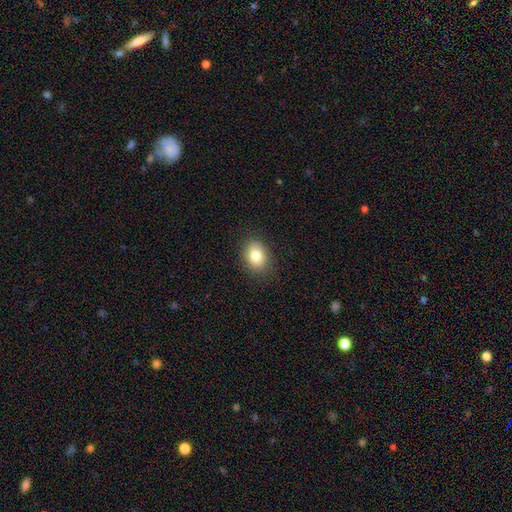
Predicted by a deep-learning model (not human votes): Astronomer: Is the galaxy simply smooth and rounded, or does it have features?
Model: smooth — 81%.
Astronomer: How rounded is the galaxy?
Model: in between — 59% (runner-up: round, 40%).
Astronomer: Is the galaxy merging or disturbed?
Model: none — 88%.